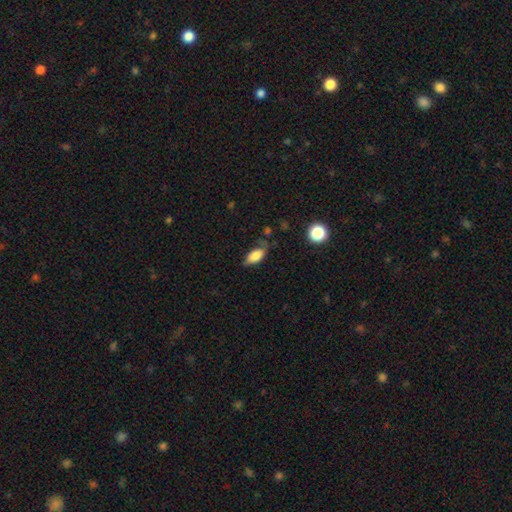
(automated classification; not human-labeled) smooth_or_featured: smooth (p=0.77) [alt: featured or disk p=0.15]
how_rounded: in between (p=0.87) [alt: cigar-shaped p=0.09]
merging: none (p=0.58) [alt: minor disturbance p=0.29]